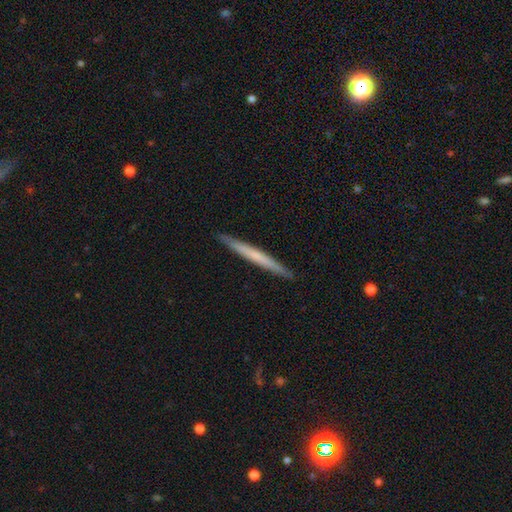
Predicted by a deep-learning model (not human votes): Q: Smooth or featured?
A: smooth (52%); runner-up: featured or disk (43%)
Q: How rounded?
A: cigar-shaped (97%); runner-up: in between (2%)
Q: Merging?
A: none (92%); runner-up: minor disturbance (5%)